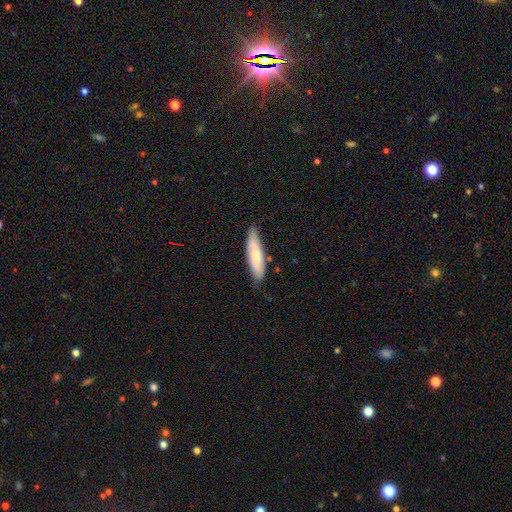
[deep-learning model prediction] This appears to be a smooth galaxy with no disk features (68%) that is cigar-shaped (69%). Merging: none (80%).